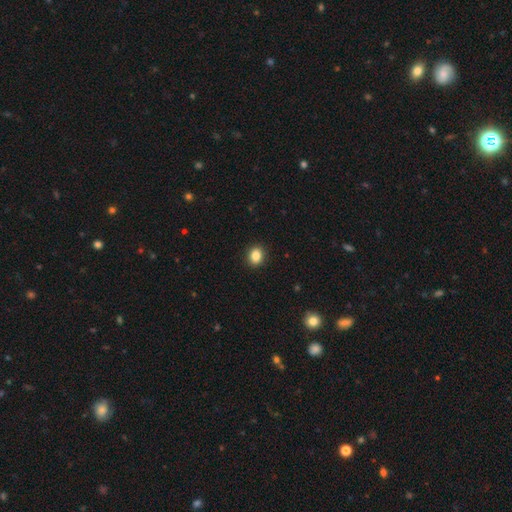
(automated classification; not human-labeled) smooth-or-featured: smooth: 86% | star or artifact: 10% | featured or disk: 5%
  how-rounded: round: 58% | in between: 41% | cigar-shaped: 1%
  merging: none: 92% | minor disturbance: 6% | major disturbance: 2% | merger: 1%